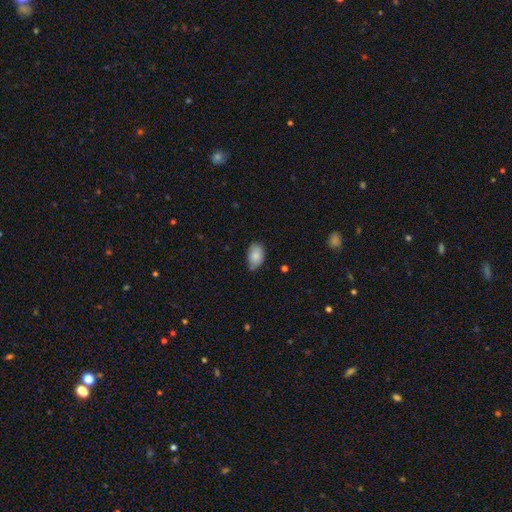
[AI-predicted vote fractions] A smooth galaxy with no disk features (85%) that is in between round and cigar-shaped (89%).

Vote fractions:
- Smooth or featured? smooth: 85% / featured or disk: 8% / star or artifact: 7%
- How rounded? in between: 89% / round: 10% / cigar-shaped: 1%
- Merging? none: 63% / minor disturbance: 31% / major disturbance: 4% / merger: 2%